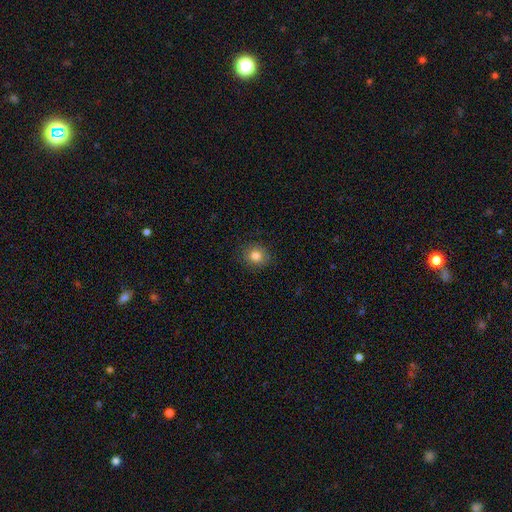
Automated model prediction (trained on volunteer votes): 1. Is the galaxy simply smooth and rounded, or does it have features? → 82% smooth, 11% star or artifact, 7% featured or disk.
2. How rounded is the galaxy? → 78% round, 21% in between, 1% cigar-shaped.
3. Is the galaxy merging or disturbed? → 87% none, 10% minor disturbance, 3% major disturbance, 1% merger.